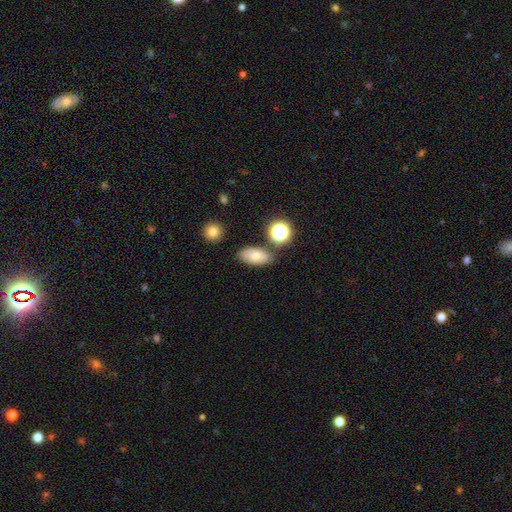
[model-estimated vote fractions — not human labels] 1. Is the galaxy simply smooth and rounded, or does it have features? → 73% smooth, 15% featured or disk, 12% star or artifact.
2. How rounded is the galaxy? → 88% in between, 8% round, 3% cigar-shaped.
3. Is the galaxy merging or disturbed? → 74% none, 15% minor disturbance, 7% merger, 4% major disturbance.